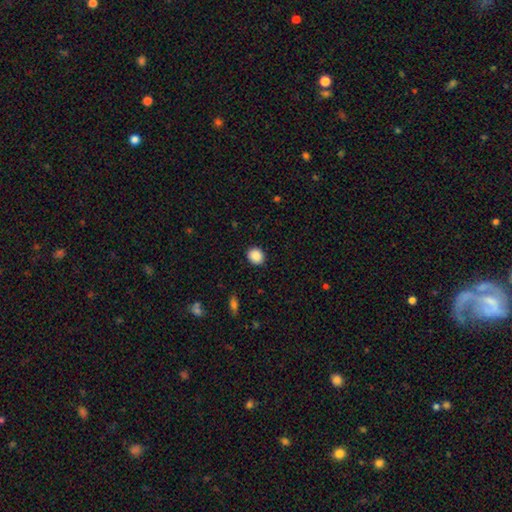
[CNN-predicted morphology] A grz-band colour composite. It shows a smooth galaxy with no disk features (89%) that is round (69%). Merging: none (90%).